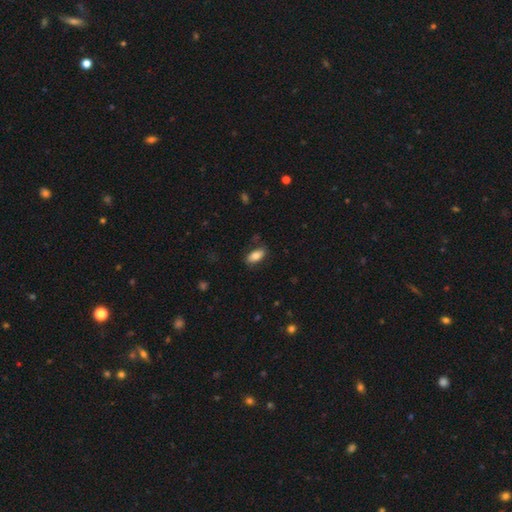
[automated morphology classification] Smooth or featured? smooth (80%)
How rounded? in between (89%)
Merging? none (81%)